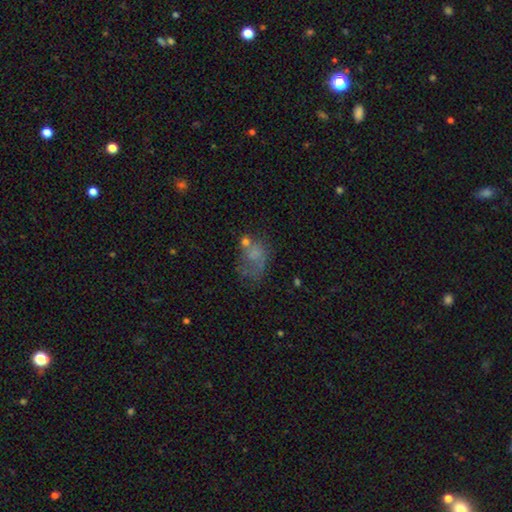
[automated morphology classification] Smooth or featured?
  - smooth: 50% *
  - featured or disk: 33%
  - star or artifact: 17%
Merging?
  - major disturbance: 34% *
  - none: 29%
  - minor disturbance: 20%
  - merger: 17%